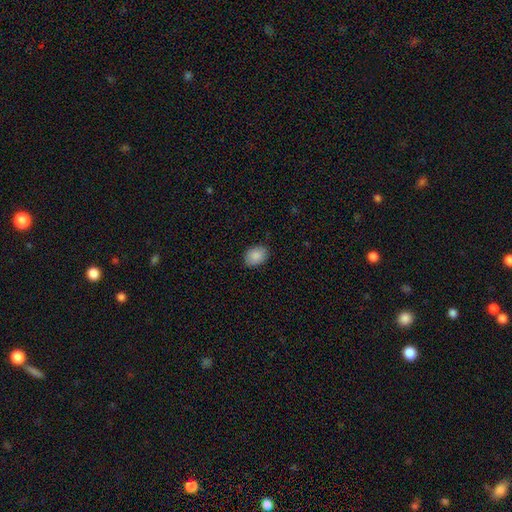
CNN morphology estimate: This appears to be a smooth galaxy with no disk features (89%) that is in between round and cigar-shaped (74%). Merging: none (86%).